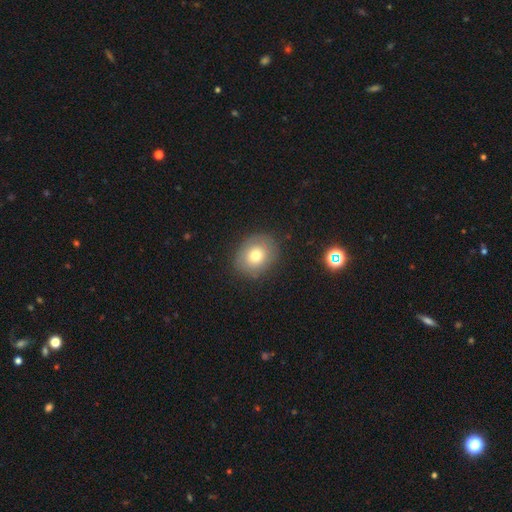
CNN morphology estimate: Smooth or featured? smooth (72%)
How rounded? round (62%)
Merging? none (84%)